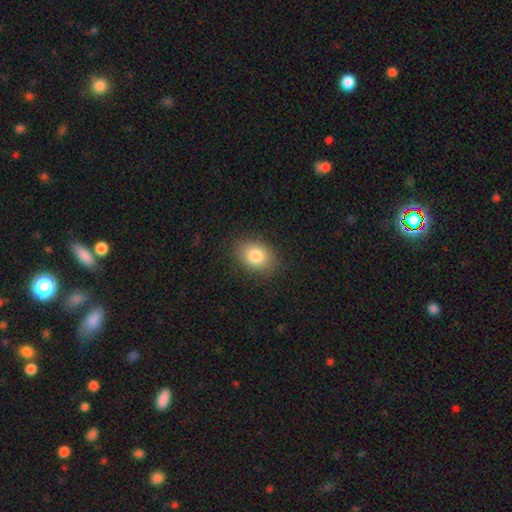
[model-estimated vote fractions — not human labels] smooth-or-featured: smooth: 82% | featured or disk: 9% | star or artifact: 9%
  how-rounded: in between: 74% | round: 25% | cigar-shaped: 1%
  merging: none: 86% | minor disturbance: 10% | major disturbance: 3% | merger: 1%